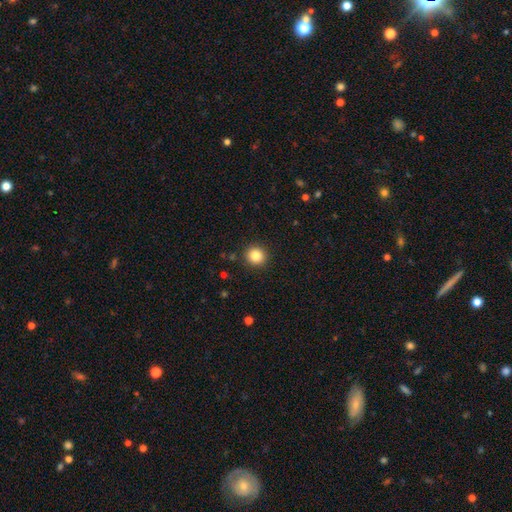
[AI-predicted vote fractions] The model was most divided on "smooth or featured": smooth: 84%, star or artifact: 11%, featured or disk: 5%. More confident: how rounded — round (93%); merging — none (92%).